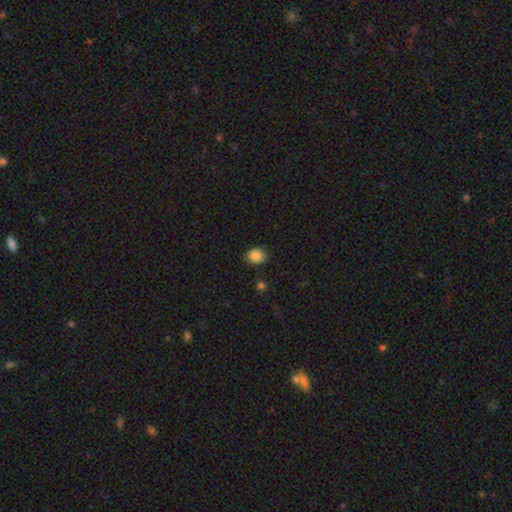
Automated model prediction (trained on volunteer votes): smooth_or_featured: smooth (p=0.86) [alt: star or artifact p=0.09]
how_rounded: round (p=0.61) [alt: in between p=0.38]
merging: none (p=0.85) [alt: minor disturbance p=0.11]